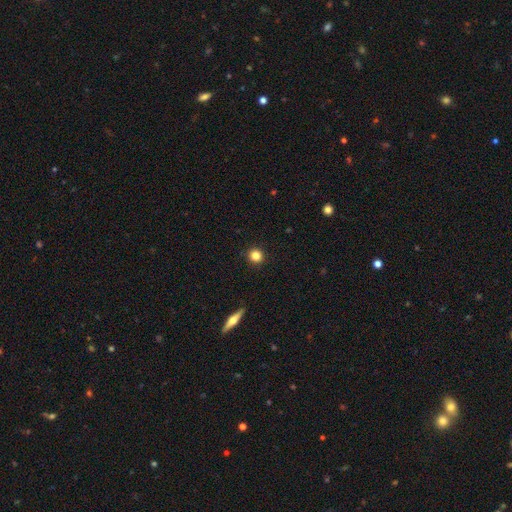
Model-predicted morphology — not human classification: Smooth or featured? Predicted: smooth (p=0.83). How rounded? Predicted: round (p=0.94). Merging? Predicted: none (p=0.93).